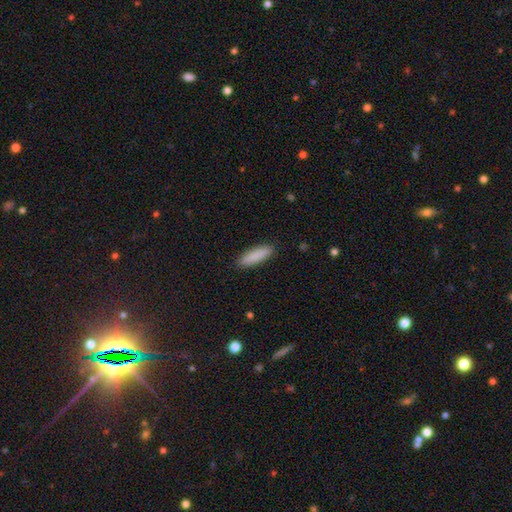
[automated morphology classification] This is clearly a smooth galaxy (89%). How rounded: likely cigar-shaped (68%). Merging: clearly none (91%).